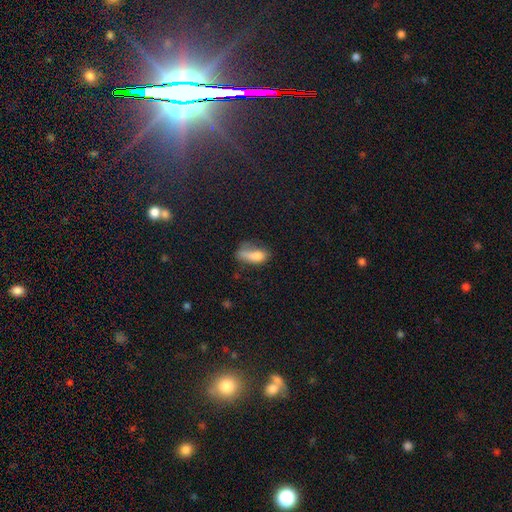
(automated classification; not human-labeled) Q: Smooth or featured?
A: smooth (73%); runner-up: featured or disk (17%)
Q: How rounded?
A: in between (75%); runner-up: cigar-shaped (18%)
Q: Merging?
A: major disturbance (32%); runner-up: none (28%)